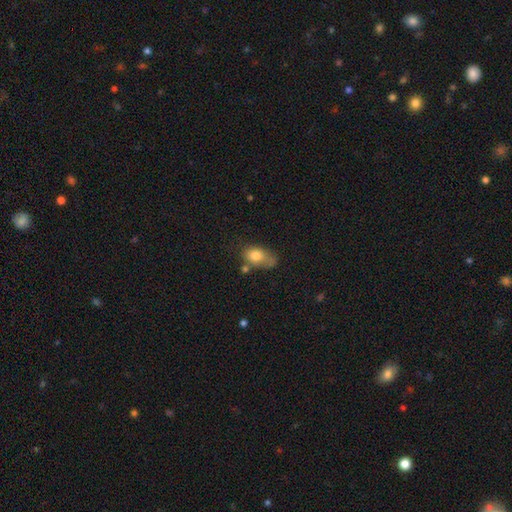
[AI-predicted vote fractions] smooth_or_featured: smooth (p=0.76) [alt: featured or disk p=0.15]
how_rounded: in between (p=0.81) [alt: round p=0.16]
merging: none (p=0.36) [alt: minor disturbance p=0.31]